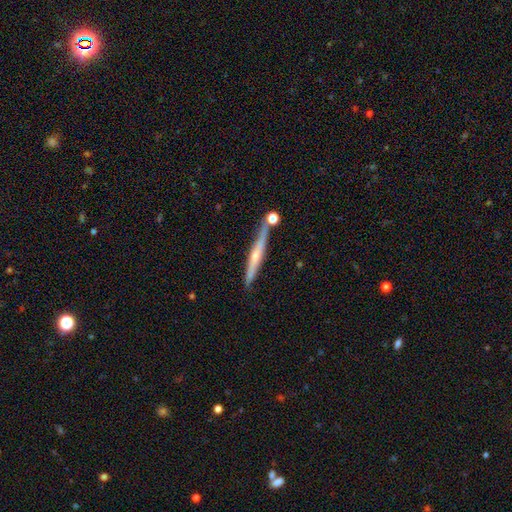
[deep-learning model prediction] Smooth or featured: featured or disk — 61% (smooth — 32%)
Edge-on disk: yes — 96% (no — 4%)
Edge-on bulge: rounded — 62% (none — 31%)
Merging: none — 73% (minor disturbance — 13%)